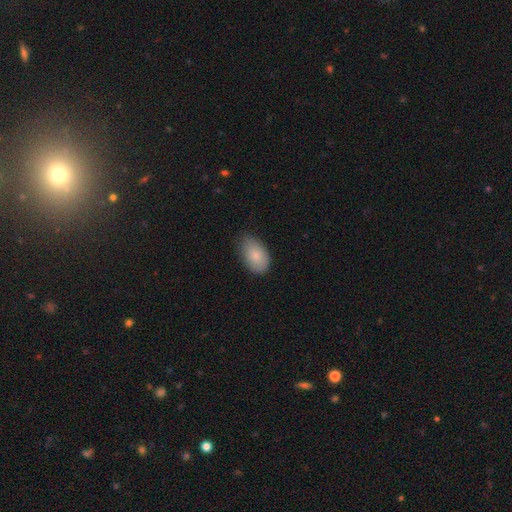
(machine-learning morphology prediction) A smooth galaxy with no disk features (84%) that is in between round and cigar-shaped (92%).

Vote fractions:
- Smooth or featured? smooth: 84% / featured or disk: 10% / star or artifact: 6%
- How rounded? in between: 92% / round: 6% / cigar-shaped: 1%
- Merging? none: 72% / minor disturbance: 23% / major disturbance: 3% / merger: 1%